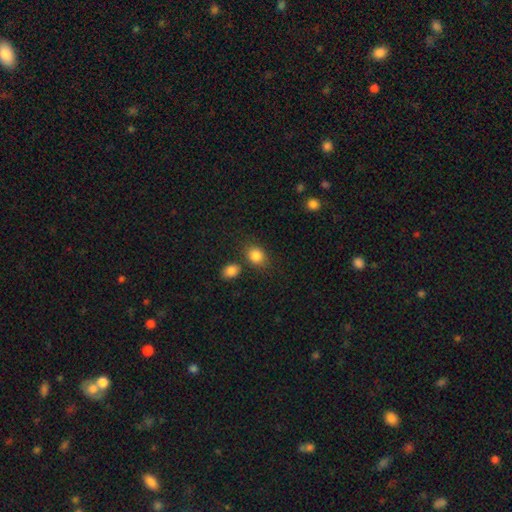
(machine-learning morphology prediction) type=smooth (84%); roundness=round (55%); merging=none (71%).